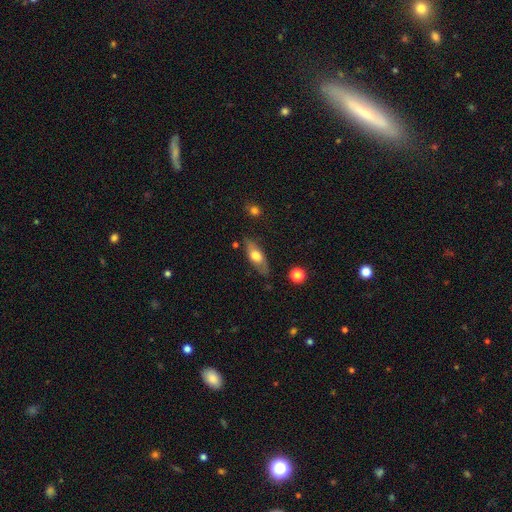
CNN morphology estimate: Smooth or featured? Predicted: smooth (p=0.58). How rounded? Predicted: in between (p=0.68). Merging? Predicted: none (p=0.77).